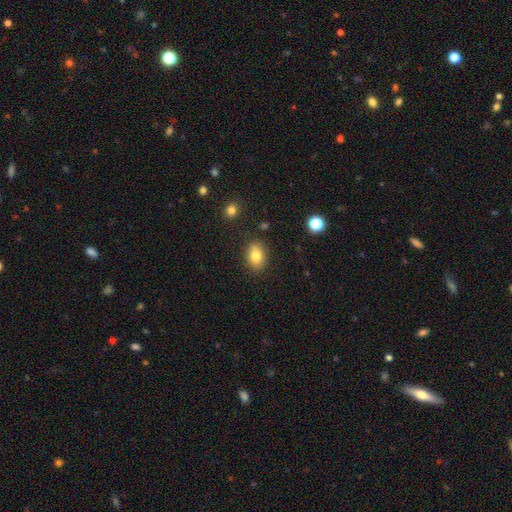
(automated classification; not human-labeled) A smooth galaxy with no disk features (79%) that is in between round and cigar-shaped (72%).

Vote fractions:
- Smooth or featured? smooth: 79% / featured or disk: 11% / star or artifact: 10%
- How rounded? in between: 72% / round: 27% / cigar-shaped: 2%
- Merging? none: 77% / minor disturbance: 14% / merger: 6% / major disturbance: 3%